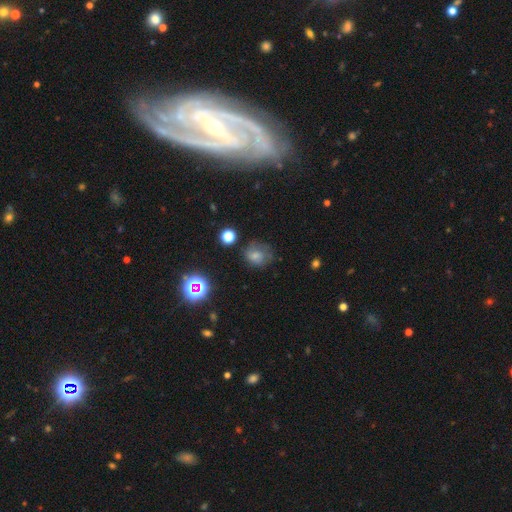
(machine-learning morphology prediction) A smooth galaxy with no disk features (58%) that is round (67%). Merging: none (55%).